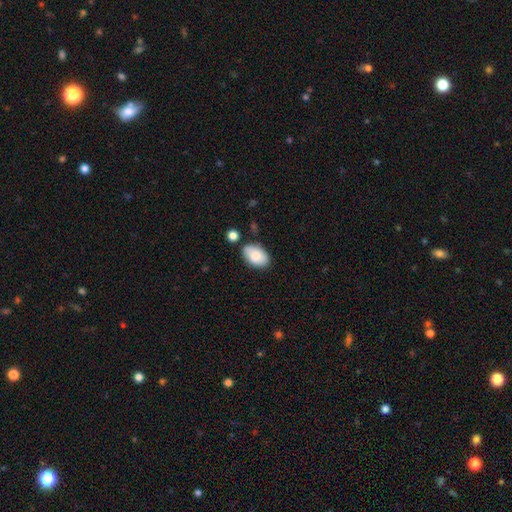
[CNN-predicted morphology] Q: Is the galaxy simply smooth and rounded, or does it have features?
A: smooth — 81%.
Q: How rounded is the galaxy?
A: in between — 91%.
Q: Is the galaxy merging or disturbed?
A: none — 72%.